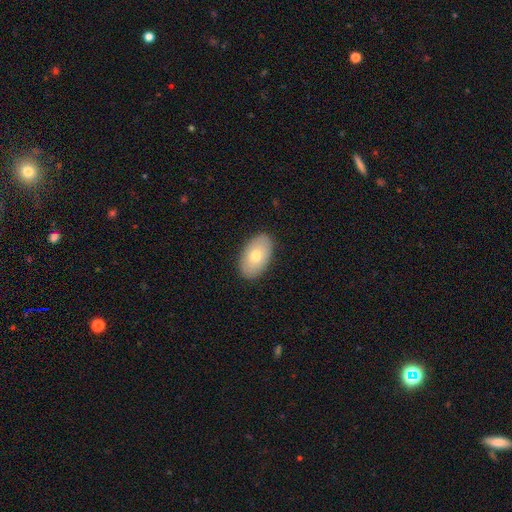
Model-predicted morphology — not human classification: smooth_or_featured: smooth (p=0.73) [alt: featured or disk p=0.21]
how_rounded: in between (p=0.94) [alt: round p=0.05]
merging: none (p=0.89) [alt: minor disturbance p=0.08]